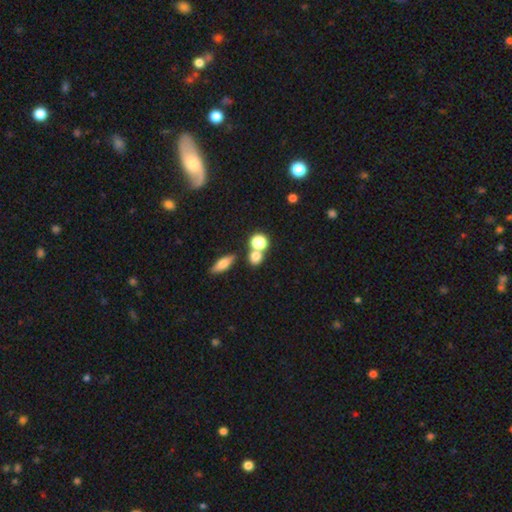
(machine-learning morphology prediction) The model was most divided on "merging": none: 57%, merger: 31%, minor disturbance: 8%, major disturbance: 4%. More confident: smooth or featured — smooth (75%); how rounded — round (73%).